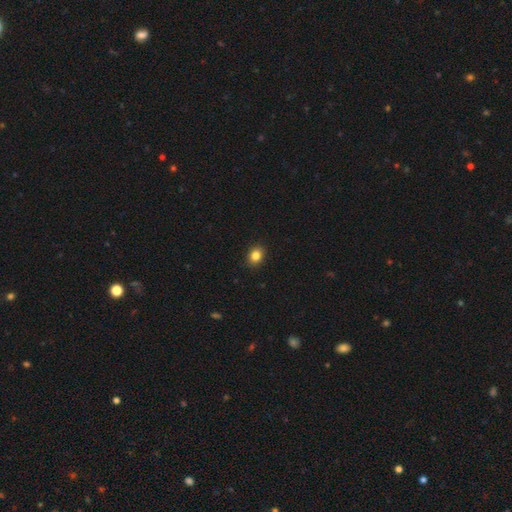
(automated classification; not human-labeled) smooth 84%, star or artifact 11%, featured or disk 5%. Down the decision tree: how rounded — in between (53%); merging — none (91%).